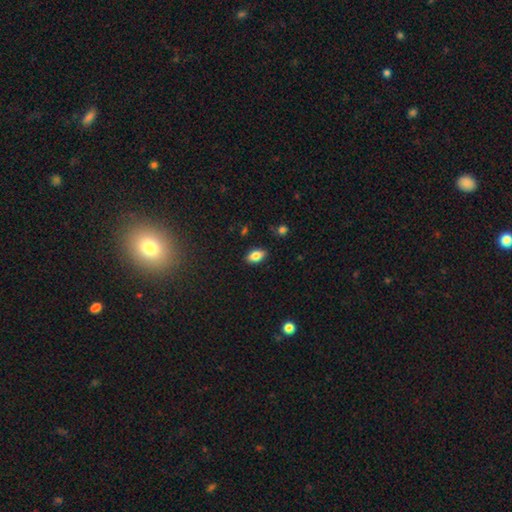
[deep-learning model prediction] Morphology: type=smooth (81%); roundness=in between (90%); merging=none (88%).